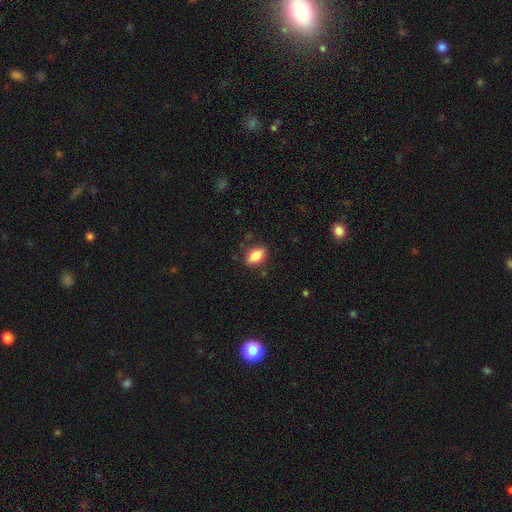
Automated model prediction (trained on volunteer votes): Q: Smooth or featured?
A: smooth (81%); runner-up: featured or disk (11%)
Q: How rounded?
A: in between (86%); runner-up: round (8%)
Q: Merging?
A: none (81%); runner-up: minor disturbance (14%)